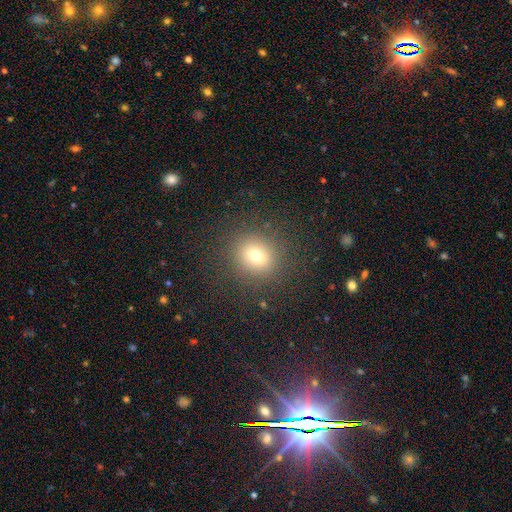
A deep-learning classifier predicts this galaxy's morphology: The model was most divided on "smooth or featured": smooth: 72%, star or artifact: 17%, featured or disk: 11%. More confident: merging — none (87%); how rounded — round (82%).